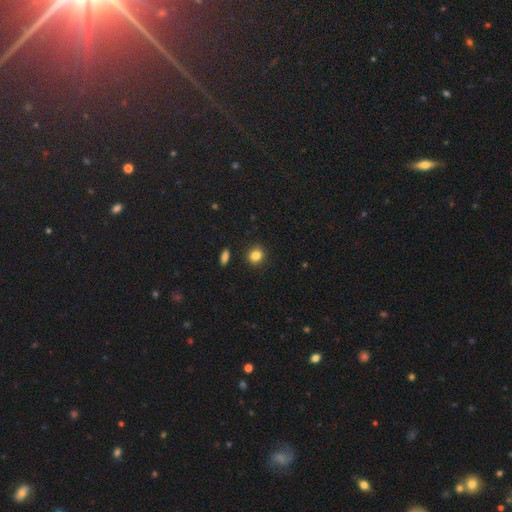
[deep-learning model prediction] This is clearly a smooth galaxy (84%). How rounded: likely round (74%). Merging: clearly none (89%).